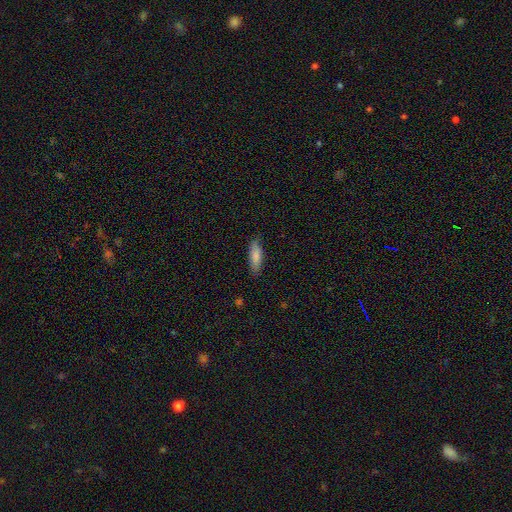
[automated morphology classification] This is clearly a smooth galaxy (83%). How rounded: possibly cigar-shaped (52%). Merging: clearly none (82%).